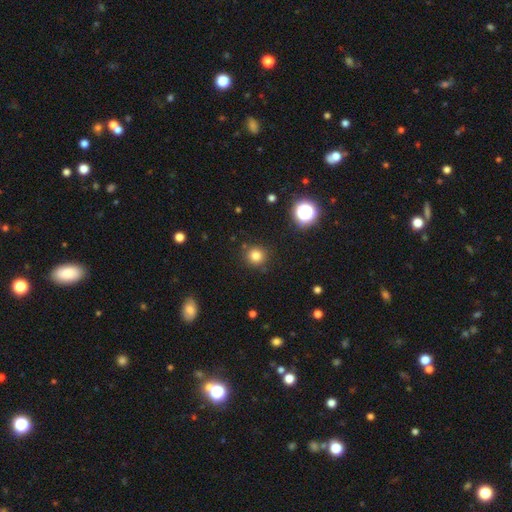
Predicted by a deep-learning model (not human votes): This is likely a smooth galaxy (80%). How rounded: clearly round (93%). Merging: clearly none (88%).